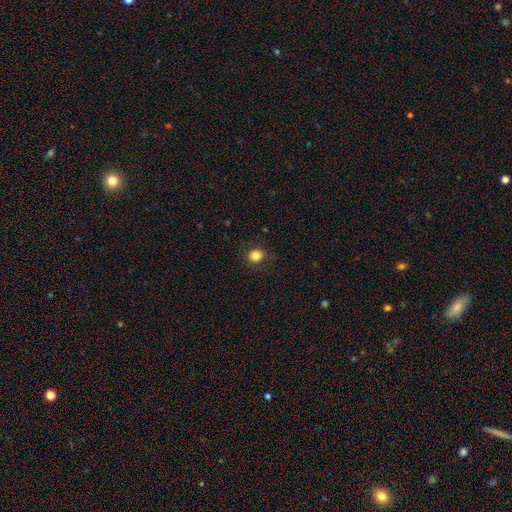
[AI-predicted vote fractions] This is clearly a smooth galaxy (84%). How rounded: likely round (78%). Merging: clearly none (87%).